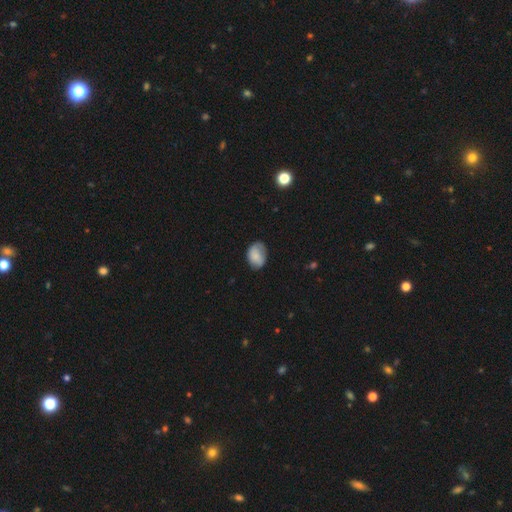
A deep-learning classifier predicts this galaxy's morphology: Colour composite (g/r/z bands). It shows a smooth galaxy with no disk features (78%) that is in between round and cigar-shaped (76%). Merging: none (61%).